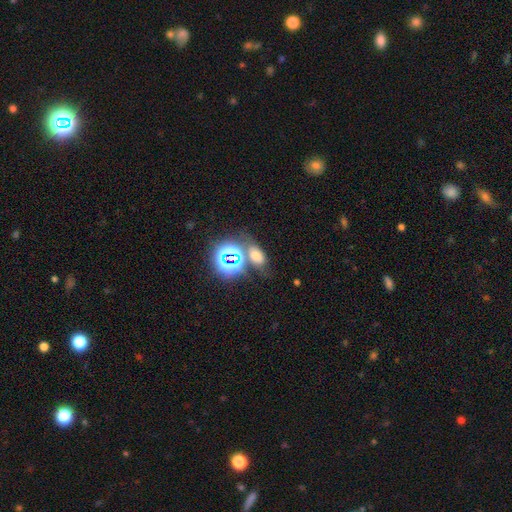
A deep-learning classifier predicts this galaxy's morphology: Overall: smooth (57%; star or artifact 32%). How rounded: in between (78%). Merging: none (57%; merger 21%).